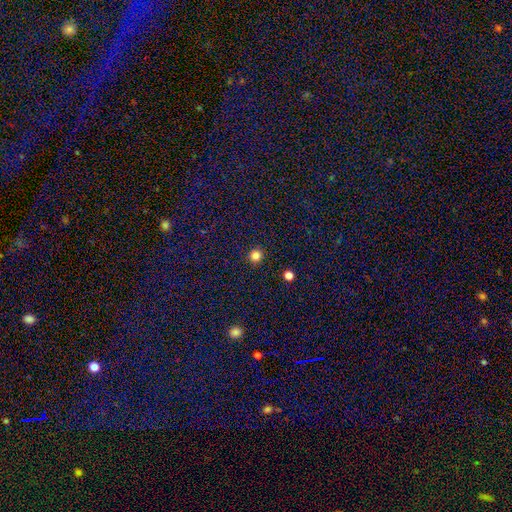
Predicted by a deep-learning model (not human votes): This appears to be a smooth galaxy with no disk features (83%) that is round (93%). Merging: none (92%).